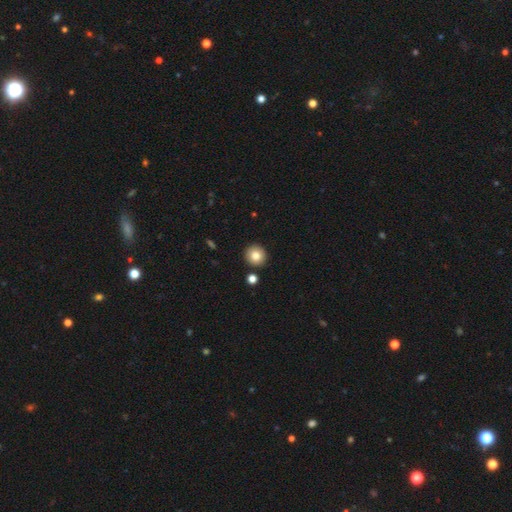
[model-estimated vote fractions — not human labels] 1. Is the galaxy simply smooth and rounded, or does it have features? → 82% smooth, 10% star or artifact, 9% featured or disk.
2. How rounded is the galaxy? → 93% round, 6% in between, 1% cigar-shaped.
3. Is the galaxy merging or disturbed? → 89% none, 6% minor disturbance, 3% merger, 2% major disturbance.